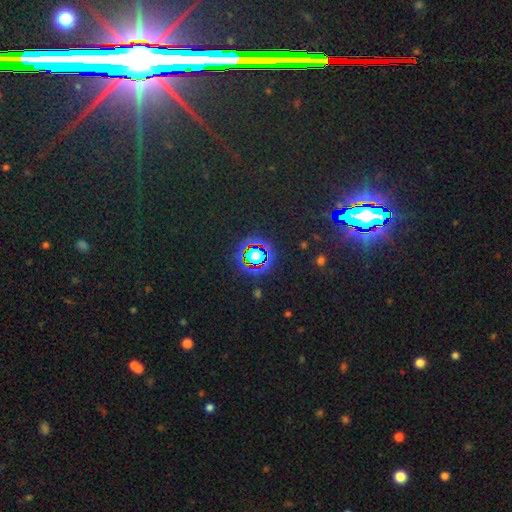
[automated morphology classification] Smooth or featured?
  - star or artifact: 66% *
  - smooth: 24%
  - featured or disk: 10%